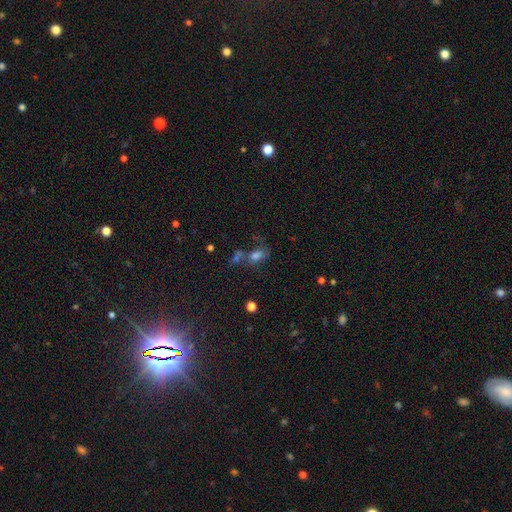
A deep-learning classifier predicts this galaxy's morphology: type=smooth (61%); roundness=in between (74%); merging=merger (39%).